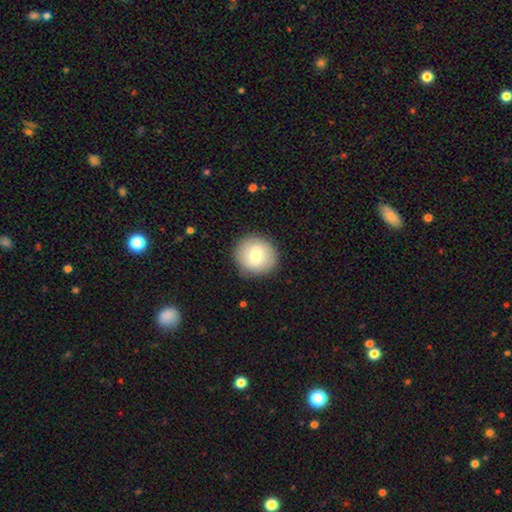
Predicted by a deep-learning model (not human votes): Smooth or featured? Predicted: smooth (p=0.68). How rounded? Predicted: round (p=0.90). Merging? Predicted: none (p=0.88).